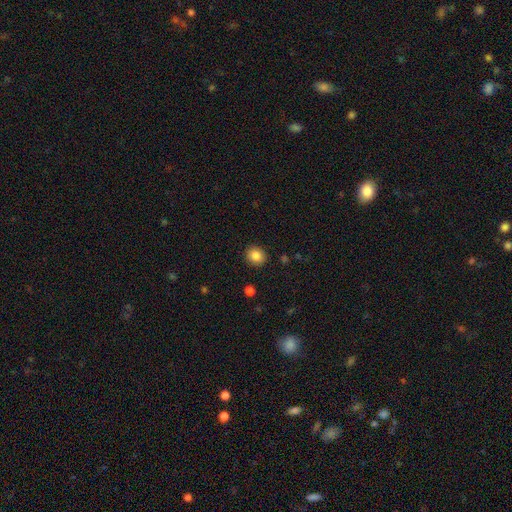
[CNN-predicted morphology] Smooth or featured: smooth — 85% (star or artifact — 10%)
How rounded: round — 75% (in between — 24%)
Merging: none — 90% (minor disturbance — 6%)